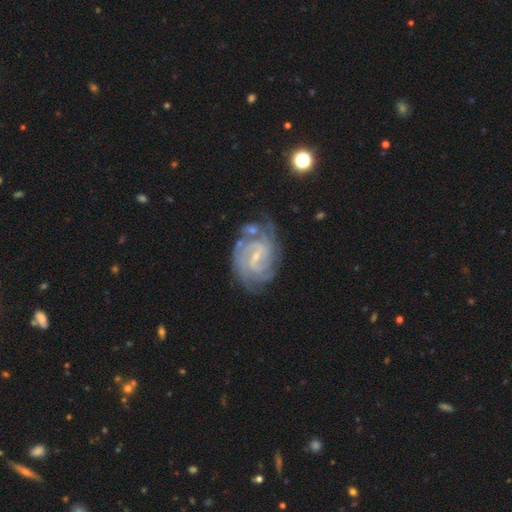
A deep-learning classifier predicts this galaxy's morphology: Smooth or featured? Predicted: featured or disk (p=0.88). Edge-on disk? Predicted: no (p=0.97). Bar? Predicted: weak (p=0.55). Spiral arms? Predicted: yes (p=0.97). Spiral winding? Predicted: tight (p=0.64). Spiral arm count? Predicted: 2 (p=0.34). Bulge size? Predicted: small (p=0.73). Merging? Predicted: none (p=0.62).